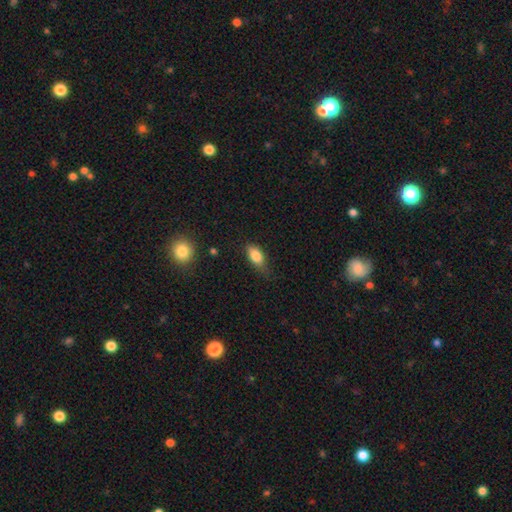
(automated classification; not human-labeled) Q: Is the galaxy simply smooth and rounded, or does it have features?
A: smooth — 82%.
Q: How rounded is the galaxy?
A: in between — 85%.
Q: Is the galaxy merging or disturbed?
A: none — 59%.